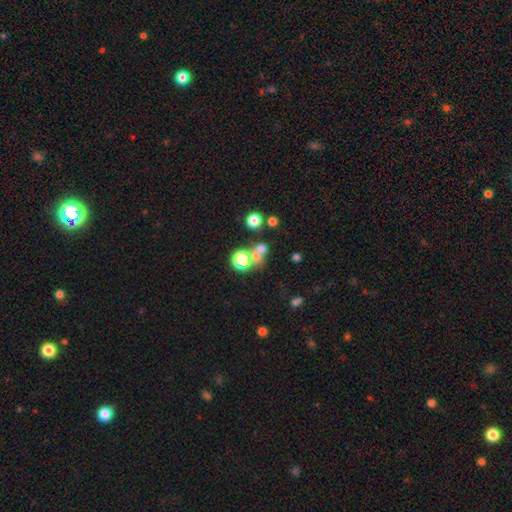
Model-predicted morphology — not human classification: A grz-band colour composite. It shows a smooth galaxy with no disk features (60%) that is round (81%). Merging: none (48%).